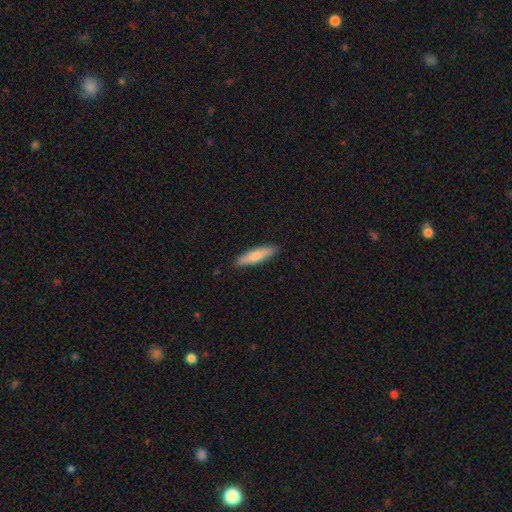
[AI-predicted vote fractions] Overall: smooth (76%). How rounded: cigar-shaped (79%). Merging: none (88%).